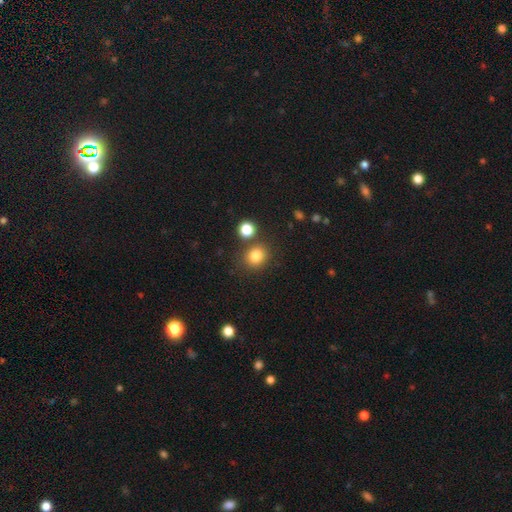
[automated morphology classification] A smooth galaxy with no disk features (82%) that is round (78%). Merging: none (76%).